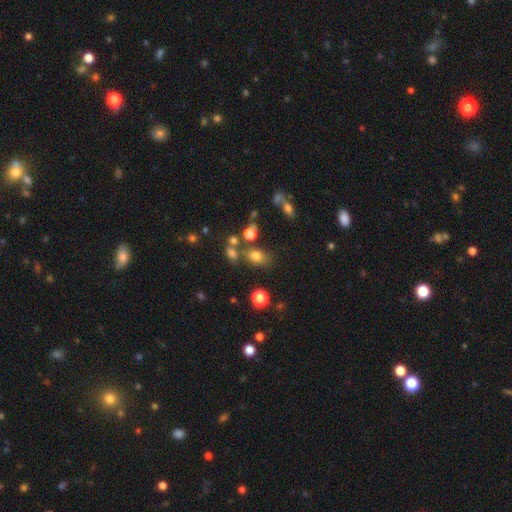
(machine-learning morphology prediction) This is likely a smooth galaxy (75%). How rounded: likely in between (67%). Merging: likely none (64%).